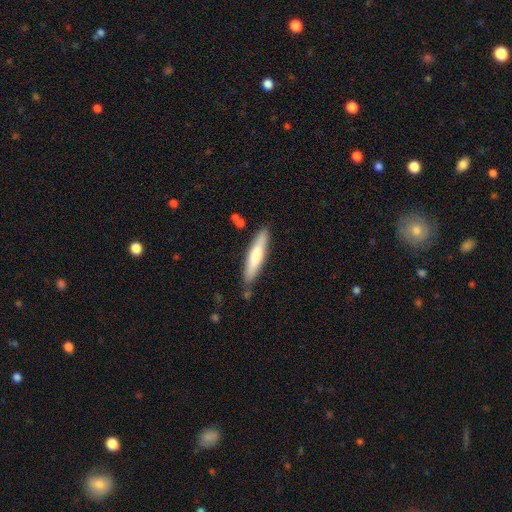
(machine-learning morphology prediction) smooth-or-featured: smooth: 69% | featured or disk: 26% | star or artifact: 5%
  how-rounded: cigar-shaped: 86% | in between: 13% | round: 1%
  merging: none: 79% | minor disturbance: 14% | merger: 4% | major disturbance: 3%